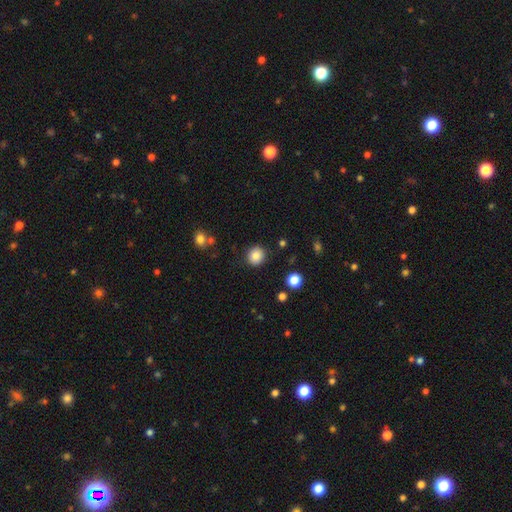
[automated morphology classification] Q: Smooth or featured?
A: smooth (84%); runner-up: star or artifact (10%)
Q: How rounded?
A: round (88%); runner-up: in between (11%)
Q: Merging?
A: none (89%); runner-up: minor disturbance (7%)